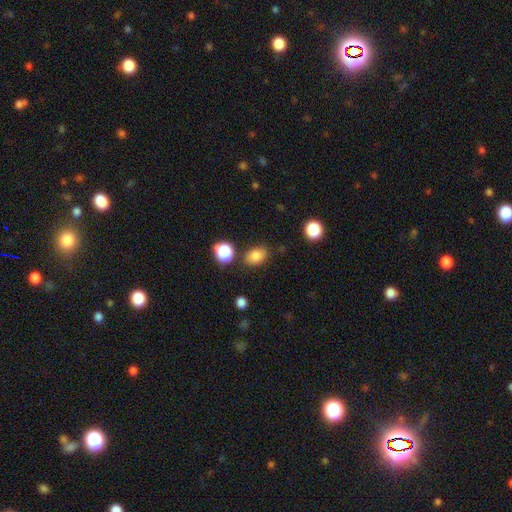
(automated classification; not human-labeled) Smooth or featured? Predicted: smooth (p=0.82). How rounded? Predicted: in between (p=0.68). Merging? Predicted: none (p=0.78).